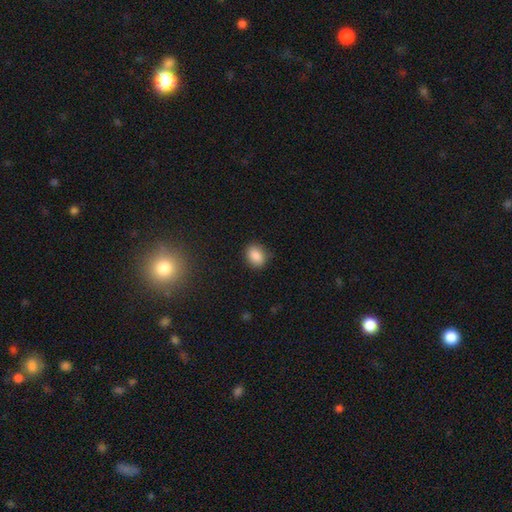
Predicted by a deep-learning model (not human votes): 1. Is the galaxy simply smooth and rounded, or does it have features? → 87% smooth, 9% star or artifact, 4% featured or disk.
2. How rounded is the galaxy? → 62% in between, 37% round, 1% cigar-shaped.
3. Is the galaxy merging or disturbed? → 85% none, 11% minor disturbance, 3% major disturbance, 1% merger.